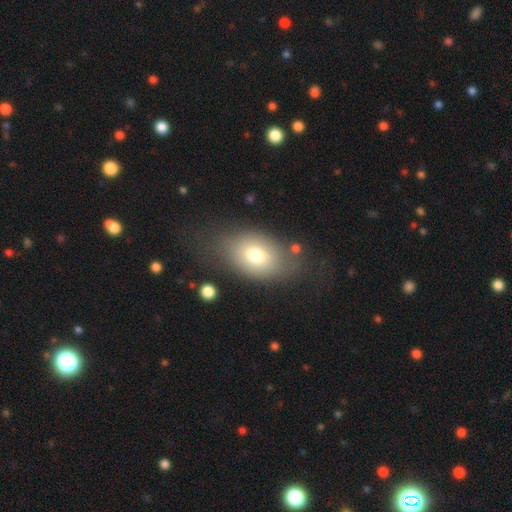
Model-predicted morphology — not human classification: This is likely a smooth galaxy (71%). How rounded: likely in between (80%). Merging: likely none (63%).